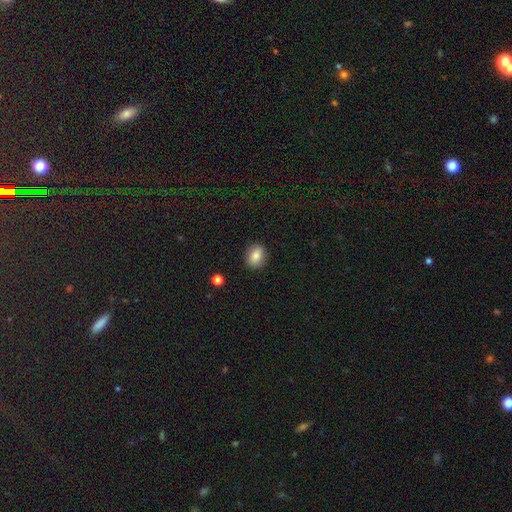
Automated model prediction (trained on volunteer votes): Smooth or featured?
  - smooth: 83% *
  - star or artifact: 9%
  - featured or disk: 8%
How rounded?
  - round: 53% *
  - in between: 45%
  - cigar-shaped: 1%
Merging?
  - none: 89% *
  - minor disturbance: 8%
  - major disturbance: 2%
  - merger: 1%